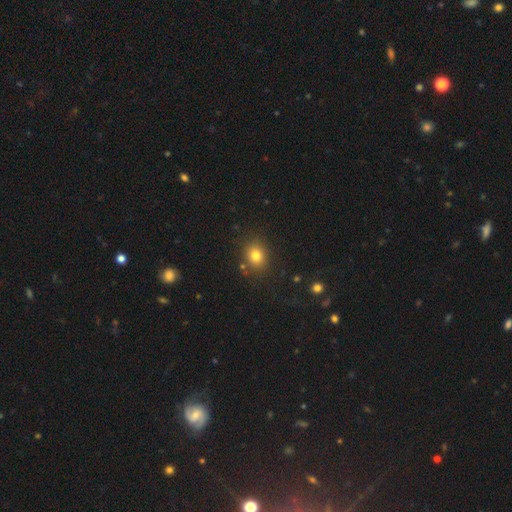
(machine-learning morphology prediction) Smooth or featured? Predicted: smooth (p=0.79). How rounded? Predicted: round (p=0.67). Merging? Predicted: none (p=0.83).